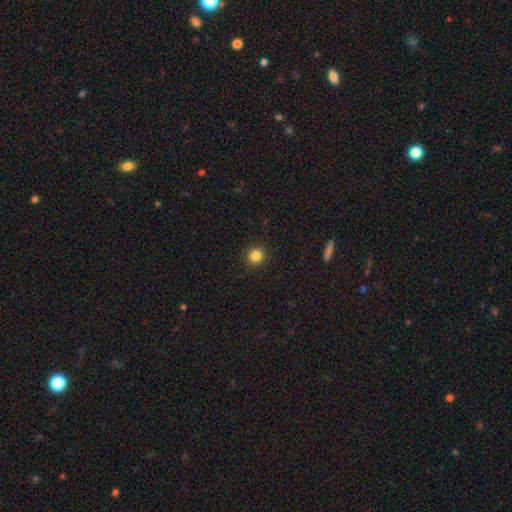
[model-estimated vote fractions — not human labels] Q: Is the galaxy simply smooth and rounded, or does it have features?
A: smooth — 84%.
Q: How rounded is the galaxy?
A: round — 89%.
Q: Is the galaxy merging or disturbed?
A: none — 91%.